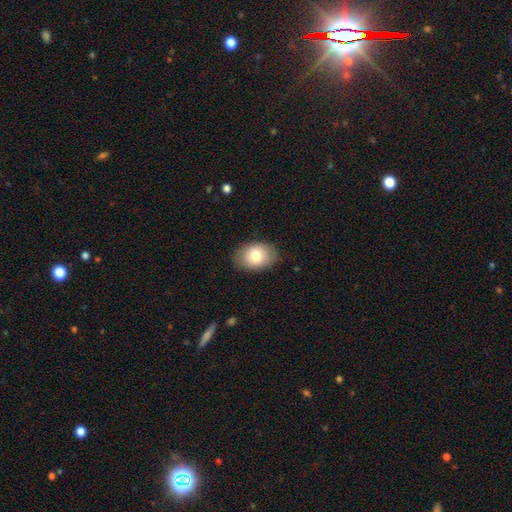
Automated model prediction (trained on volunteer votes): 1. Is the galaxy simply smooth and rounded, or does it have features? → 79% smooth, 13% featured or disk, 7% star or artifact.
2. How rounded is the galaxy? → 80% in between, 19% round, 1% cigar-shaped.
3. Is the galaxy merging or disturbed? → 85% none, 11% minor disturbance, 3% major disturbance, 1% merger.